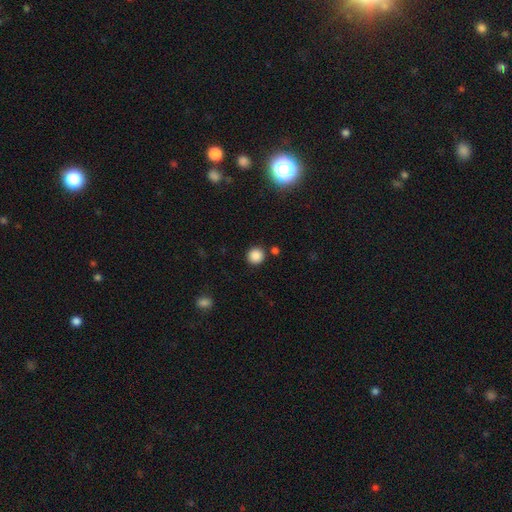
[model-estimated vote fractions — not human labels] smooth-or-featured: smooth: 86% | star or artifact: 11% | featured or disk: 3%
  how-rounded: round: 94% | in between: 5% | cigar-shaped: 1%
  merging: none: 87% | minor disturbance: 6% | merger: 4% | major disturbance: 2%